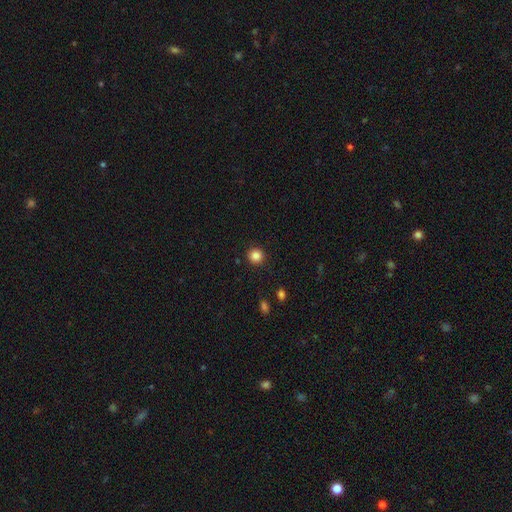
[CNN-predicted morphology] A smooth galaxy with no disk features (85%) that is round (94%). Merging: none (91%).